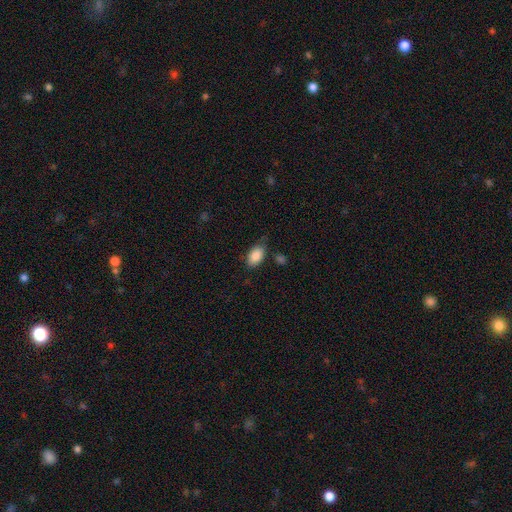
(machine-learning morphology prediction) This is clearly a smooth galaxy (87%). How rounded: clearly in between (93%). Merging: likely none (71%).